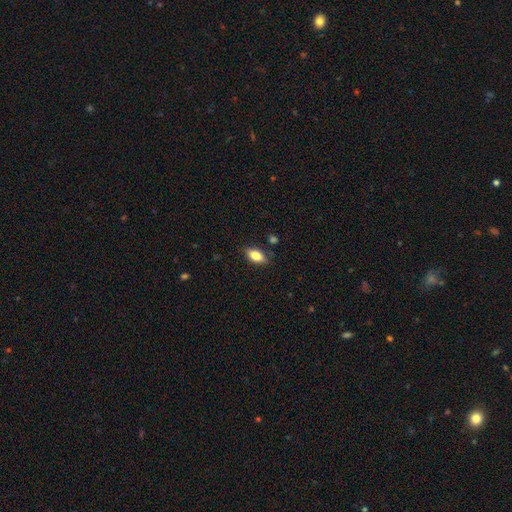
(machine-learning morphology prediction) type=smooth (79%); roundness=in between (88%); merging=none (83%).